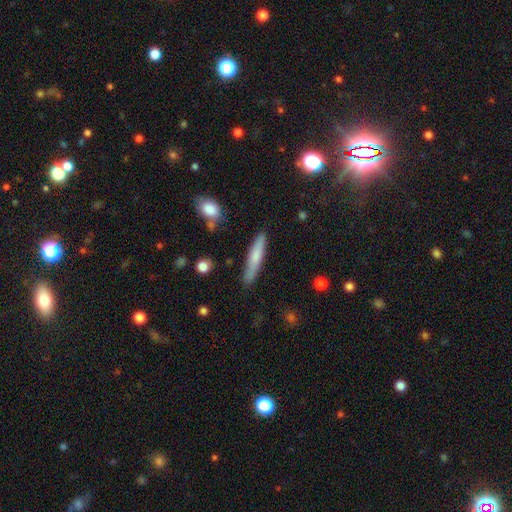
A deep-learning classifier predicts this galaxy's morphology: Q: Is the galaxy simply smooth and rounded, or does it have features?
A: smooth — 68%.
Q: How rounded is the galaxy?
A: cigar-shaped — 90%.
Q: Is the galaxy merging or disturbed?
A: none — 84%.